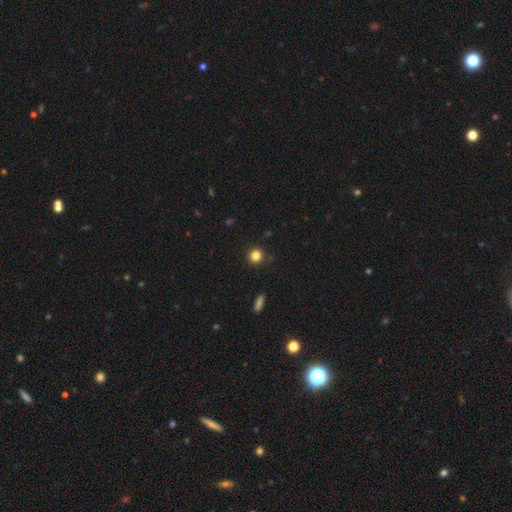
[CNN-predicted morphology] smooth_or_featured: smooth (p=0.83) [alt: star or artifact p=0.12]
how_rounded: round (p=0.93) [alt: in between p=0.06]
merging: none (p=0.89) [alt: minor disturbance p=0.07]